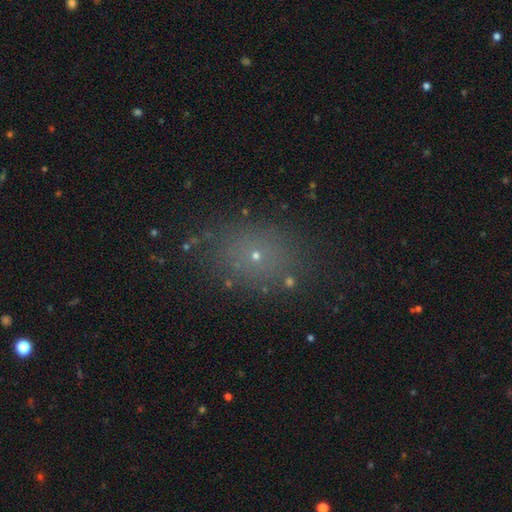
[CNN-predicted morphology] A smooth galaxy with no disk features (57%) that is round (50%).

Vote fractions:
- Smooth or featured? smooth: 57% / star or artifact: 29% / featured or disk: 14%
- How rounded? round: 50% / in between: 49% / cigar-shaped: 1%
- Merging? none: 79% / minor disturbance: 13% / major disturbance: 6% / merger: 2%